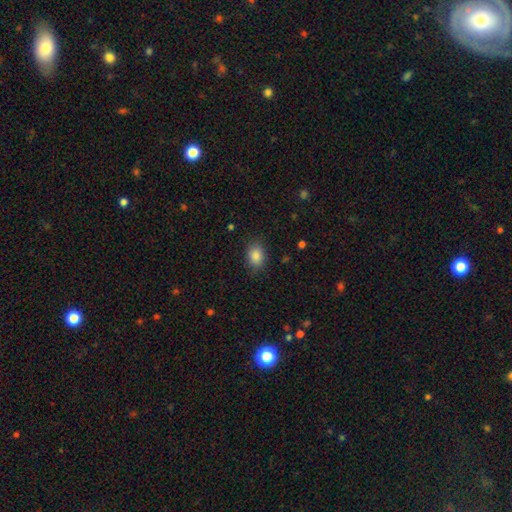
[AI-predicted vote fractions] Smooth or featured: smooth — 87% (star or artifact — 9%)
How rounded: in between — 68% (round — 30%)
Merging: none — 82% (minor disturbance — 14%)